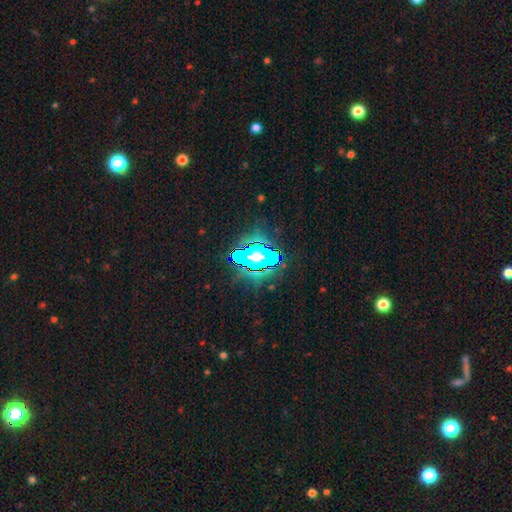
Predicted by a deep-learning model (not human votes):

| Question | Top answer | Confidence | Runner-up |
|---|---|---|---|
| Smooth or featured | star or artifact | 58% | featured or disk (21%) |